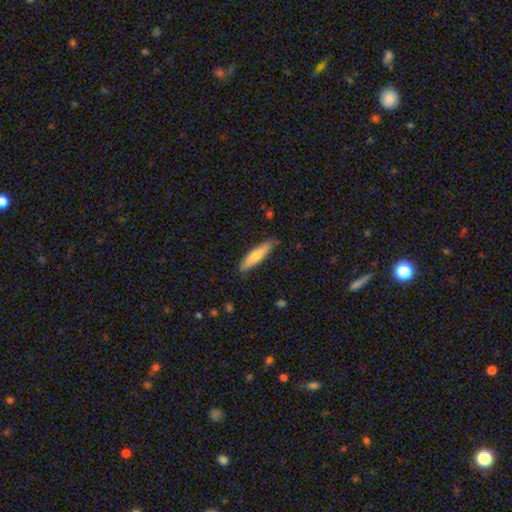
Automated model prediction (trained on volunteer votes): smooth-or-featured: smooth: 66% | featured or disk: 29% | star or artifact: 5%
  how-rounded: cigar-shaped: 84% | in between: 14% | round: 1%
  merging: none: 84% | minor disturbance: 13% | major disturbance: 2% | merger: 1%